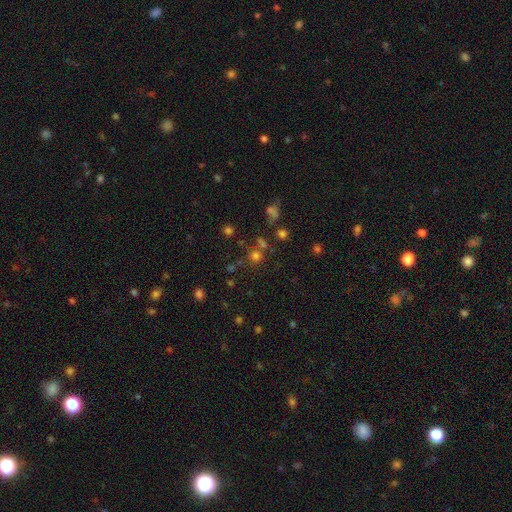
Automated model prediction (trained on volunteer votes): smooth 66%, star or artifact 26%, featured or disk 8%. Down the decision tree: how rounded — round (90%); merging — none (71%).